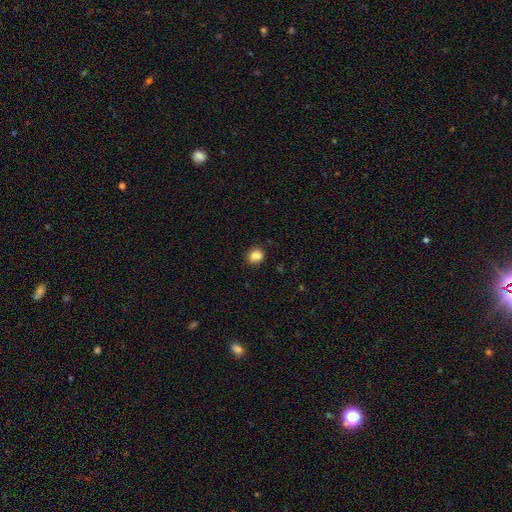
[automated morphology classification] type=smooth (82%); roundness=round (61%); merging=none (64%).